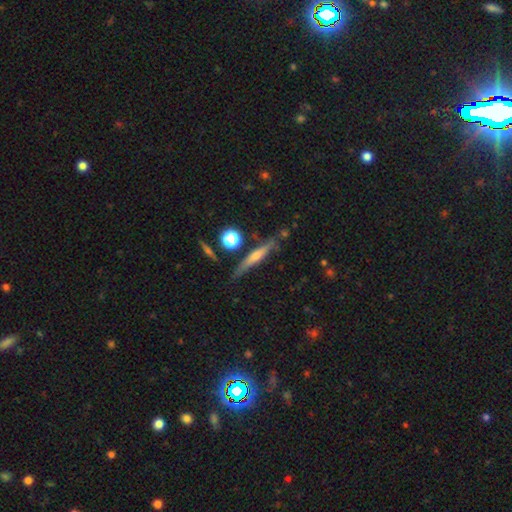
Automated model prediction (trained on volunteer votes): A featured or disk galaxy (54%) viewed edge-on (94%) with a rounded central bulge (61%).

Vote fractions:
- Smooth or featured? featured or disk: 54% / smooth: 36% / star or artifact: 10%
- Edge-on disk? yes: 94% / no: 6%
- Edge-on bulge? rounded: 61% / none: 28% / boxy: 11%
- Merging? none: 80% / minor disturbance: 13% / merger: 5% / major disturbance: 3%